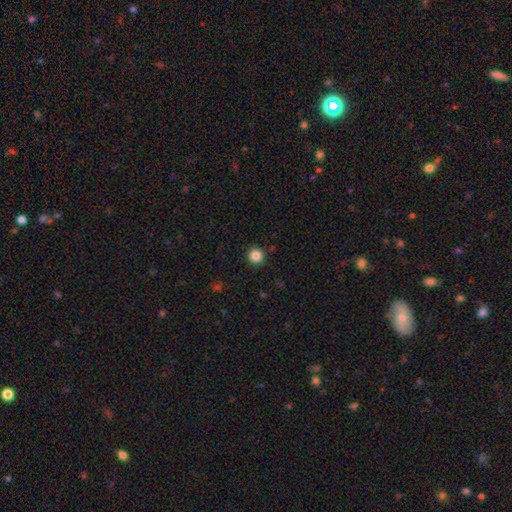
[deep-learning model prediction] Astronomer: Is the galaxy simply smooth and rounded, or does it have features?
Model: smooth — 86%.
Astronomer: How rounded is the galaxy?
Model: round — 95%.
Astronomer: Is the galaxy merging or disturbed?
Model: none — 92%.